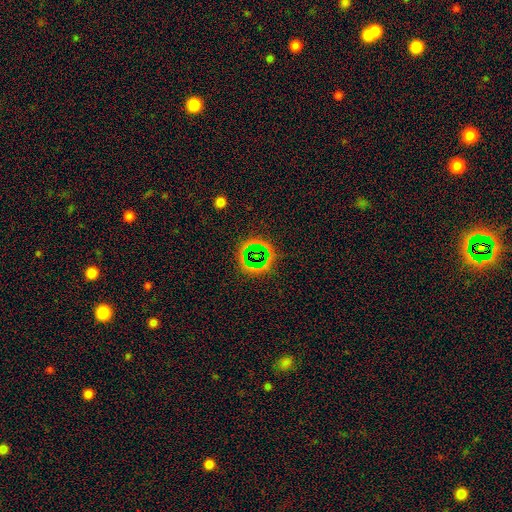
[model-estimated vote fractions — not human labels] smooth_or_featured: star or artifact (p=0.65) [alt: smooth p=0.21]